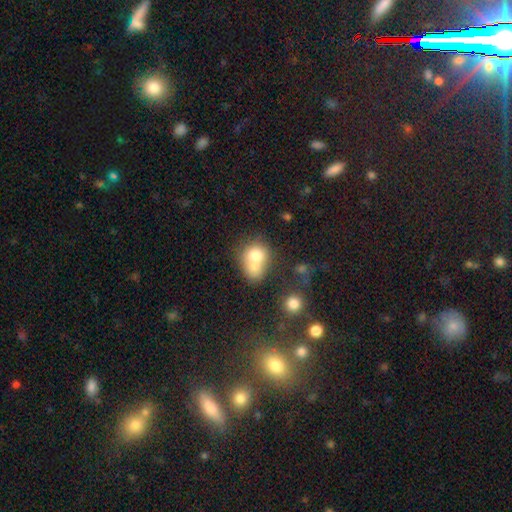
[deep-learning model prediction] This appears to be a smooth galaxy with no disk features (71%) that is round (62%). Merging: merger (65%).